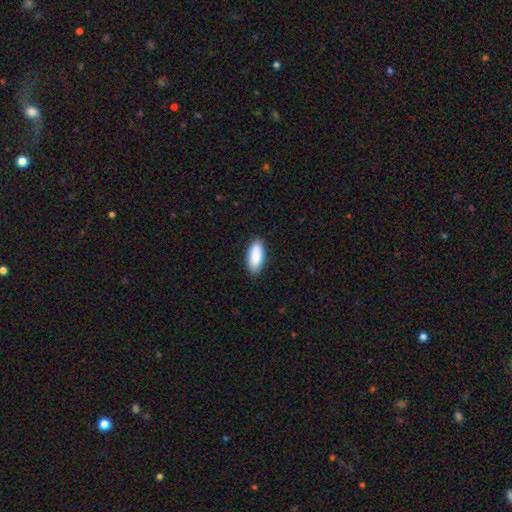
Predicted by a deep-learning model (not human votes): A smooth galaxy with no disk features (89%) that is in between round and cigar-shaped (87%). Merging: none (87%).